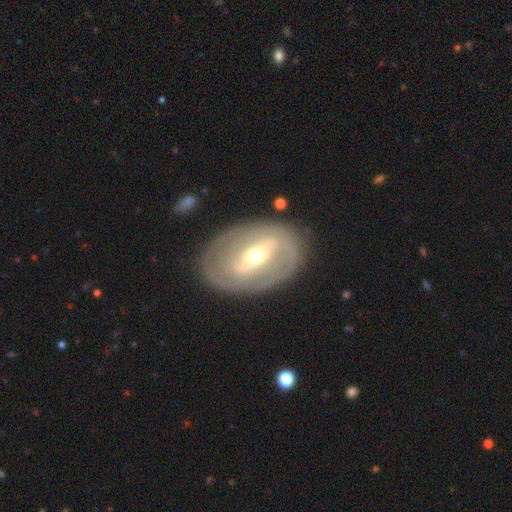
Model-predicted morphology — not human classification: Smooth or featured? Predicted: featured or disk (p=0.77). Edge-on disk? Predicted: no (p=0.94). Bar? Predicted: strong (p=0.45). Spiral arms? Predicted: yes (p=0.68). Bulge size? Predicted: moderate (p=0.58). Merging? Predicted: none (p=0.79).